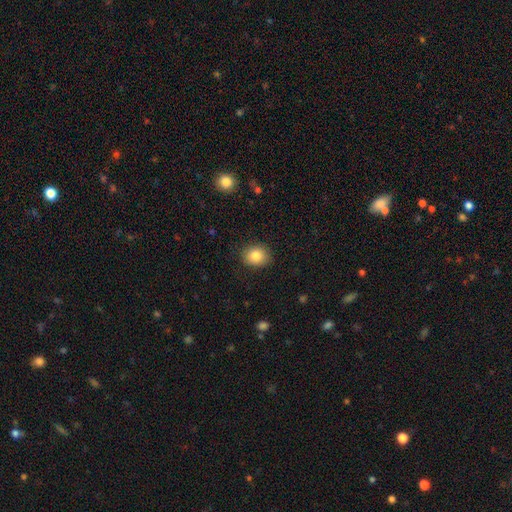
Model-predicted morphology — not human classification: Smooth or featured? smooth (84%)
How rounded? round (61%)
Merging? none (87%)